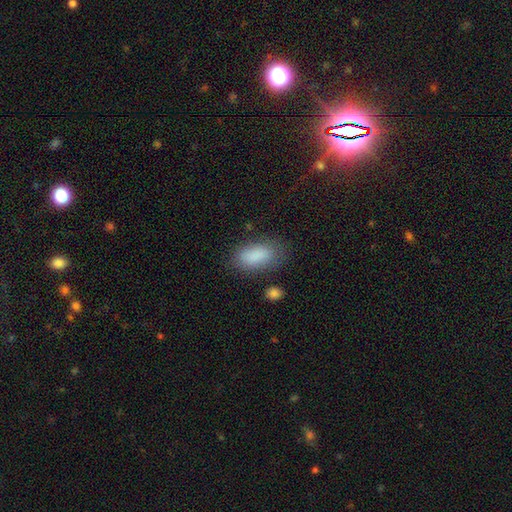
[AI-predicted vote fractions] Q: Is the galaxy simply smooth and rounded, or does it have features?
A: smooth — 86%.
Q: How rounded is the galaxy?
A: in between — 91%.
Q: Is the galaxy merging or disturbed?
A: none — 73%.